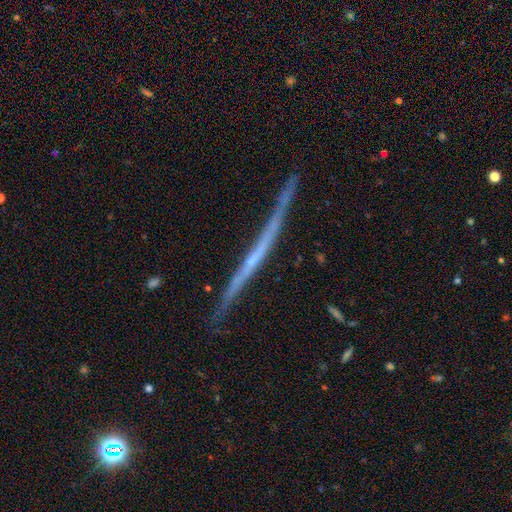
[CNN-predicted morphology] featured or disk 75%, smooth 17%, star or artifact 8%. Down the decision tree: edge-on disk — yes (96%); edge-on bulge — none (76%); merging — none (80%).